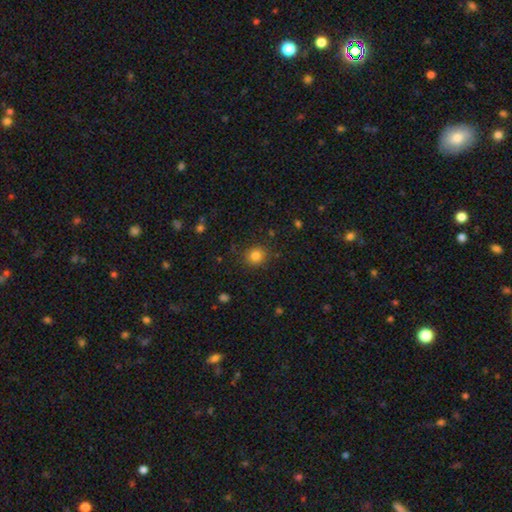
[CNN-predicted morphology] This is clearly a smooth galaxy (83%). How rounded: clearly round (85%). Merging: clearly none (87%).